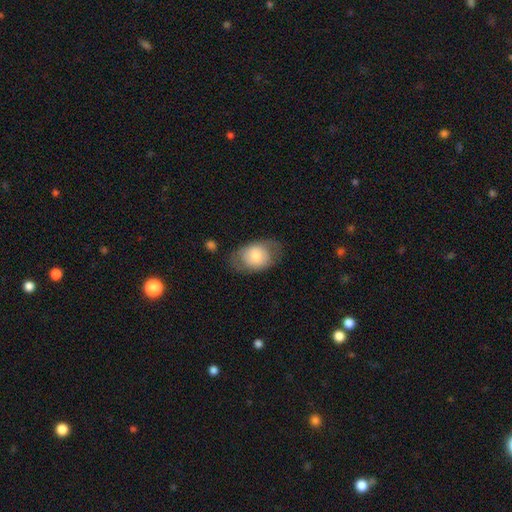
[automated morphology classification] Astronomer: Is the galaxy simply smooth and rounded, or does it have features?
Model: smooth — 67%.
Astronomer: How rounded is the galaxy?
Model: in between — 74%.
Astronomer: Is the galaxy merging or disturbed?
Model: none — 65%.